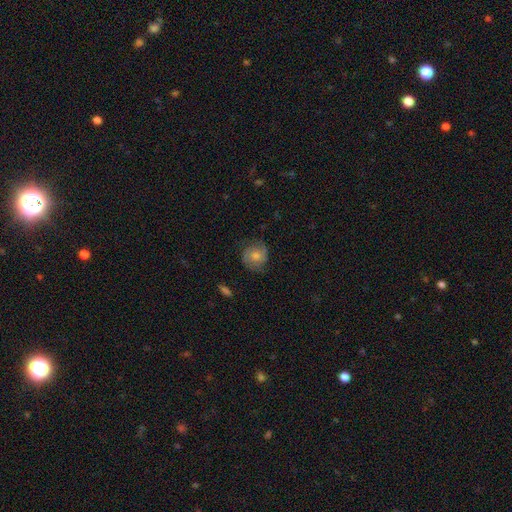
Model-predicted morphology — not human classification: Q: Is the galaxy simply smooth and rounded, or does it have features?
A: smooth — 59%.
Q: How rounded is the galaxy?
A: round — 83%.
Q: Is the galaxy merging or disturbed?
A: none — 70%.